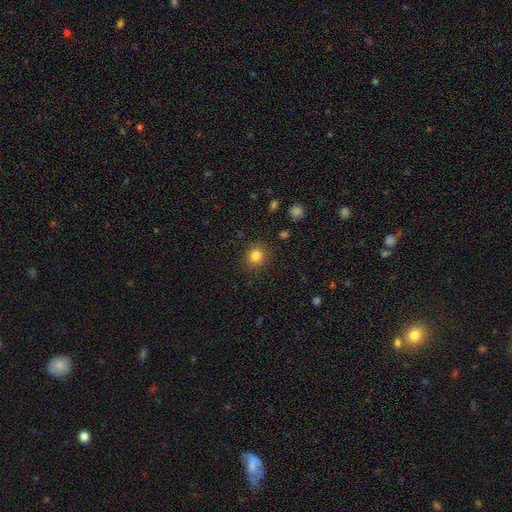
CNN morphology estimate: Smooth or featured: smooth — 83% (star or artifact — 12%)
How rounded: round — 88% (in between — 11%)
Merging: none — 88% (minor disturbance — 8%)